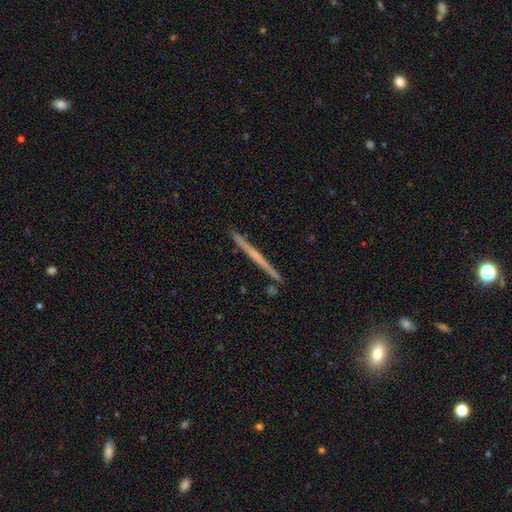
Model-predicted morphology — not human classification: featured or disk 59%, smooth 34%, star or artifact 6%. Down the decision tree: edge-on disk — yes (98%); edge-on bulge — none (85%); merging — none (91%).